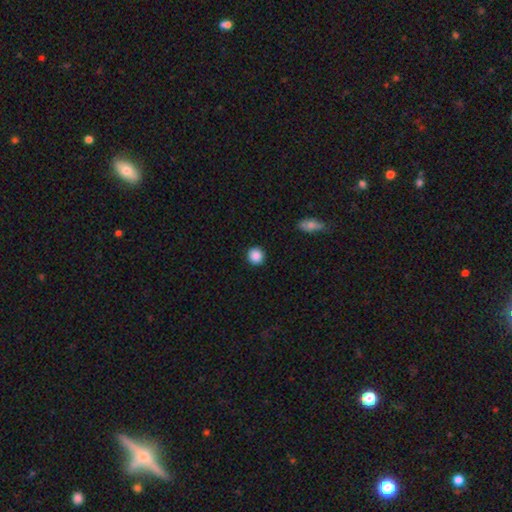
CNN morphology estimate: Overall: smooth (89%). How rounded: round (92%). Merging: none (92%).